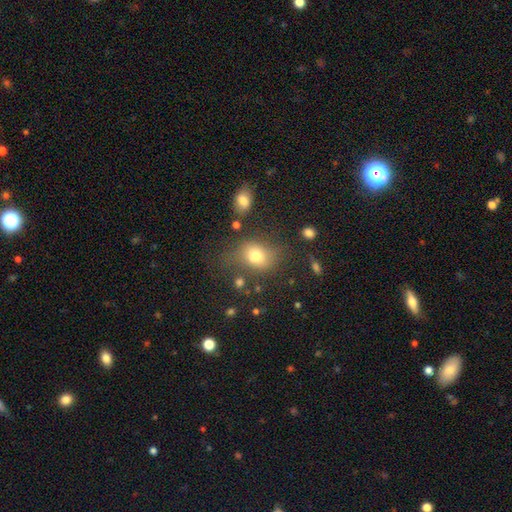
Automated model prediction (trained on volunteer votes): Smooth or featured?
  - smooth: 74% *
  - star or artifact: 14%
  - featured or disk: 12%
How rounded?
  - in between: 58% *
  - round: 40%
  - cigar-shaped: 2%
Merging?
  - none: 59% *
  - minor disturbance: 21%
  - major disturbance: 12%
  - merger: 8%